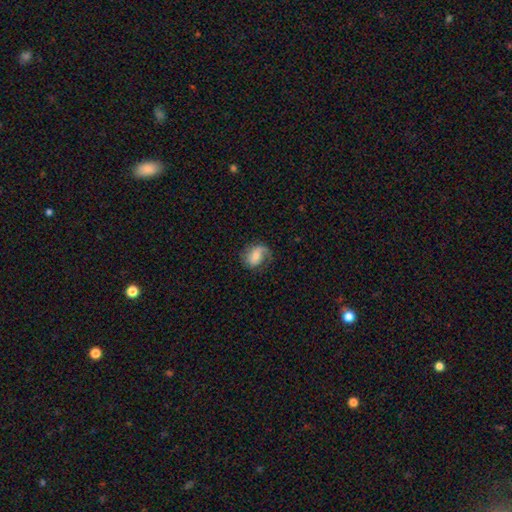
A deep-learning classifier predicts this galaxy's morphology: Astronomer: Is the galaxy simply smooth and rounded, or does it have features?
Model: featured or disk — 58% (runner-up: smooth, 34%).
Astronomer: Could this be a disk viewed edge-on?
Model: no — 97%.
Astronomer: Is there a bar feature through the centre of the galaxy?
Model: no — 44% (runner-up: weak, 39%).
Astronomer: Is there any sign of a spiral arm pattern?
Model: yes — 88%.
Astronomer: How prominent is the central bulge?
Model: moderate — 51% (runner-up: small, 39%).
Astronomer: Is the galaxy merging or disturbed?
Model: none — 62%.